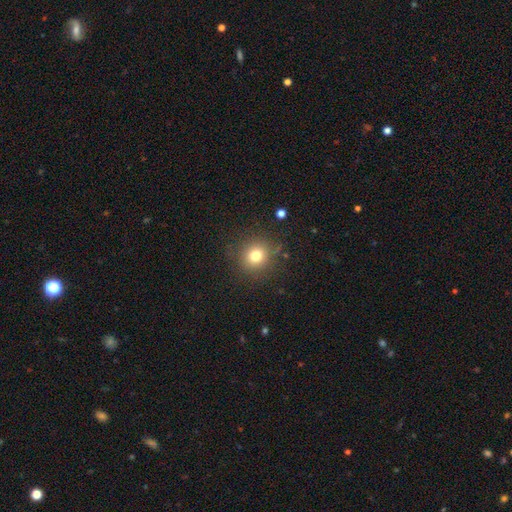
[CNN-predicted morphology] Smooth or featured? smooth (77%)
How rounded? round (90%)
Merging? none (87%)